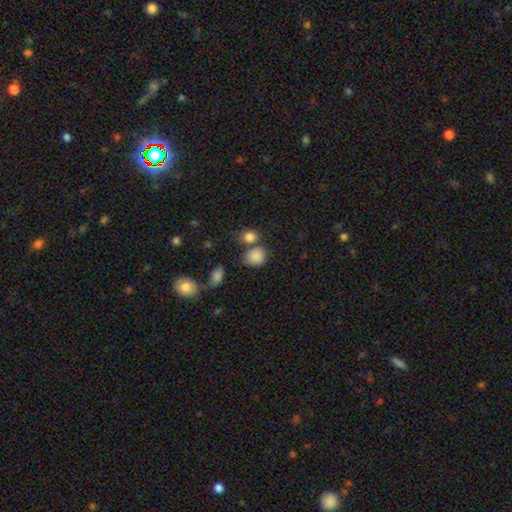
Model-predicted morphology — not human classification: Q: Smooth or featured?
A: smooth (84%); runner-up: star or artifact (11%)
Q: How rounded?
A: round (64%); runner-up: in between (35%)
Q: Merging?
A: none (54%); runner-up: merger (26%)